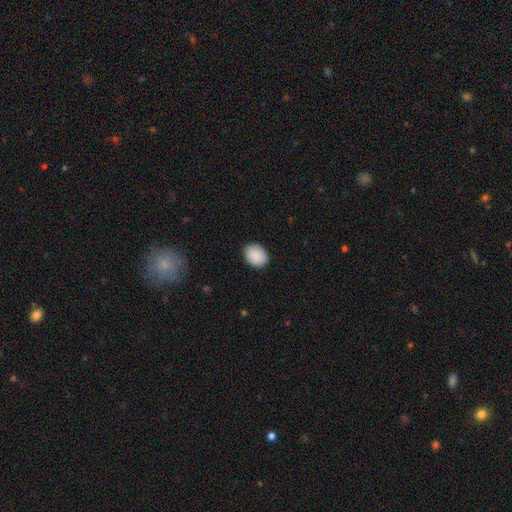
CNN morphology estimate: smooth 90%, star or artifact 7%, featured or disk 3%. Down the decision tree: how rounded — in between (66%); merging — none (87%).